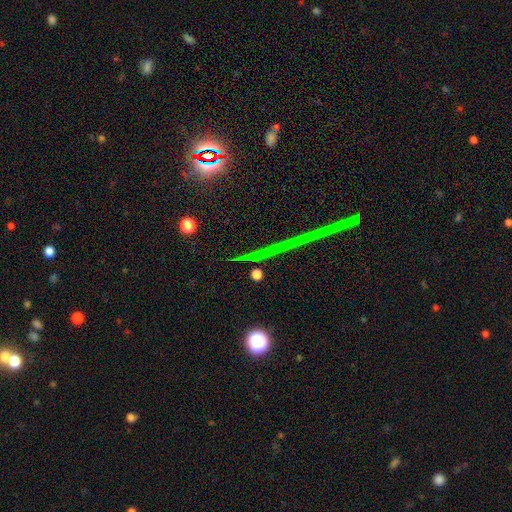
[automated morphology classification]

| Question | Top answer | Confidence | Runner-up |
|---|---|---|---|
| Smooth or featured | star or artifact | 76% | featured or disk (13%) |